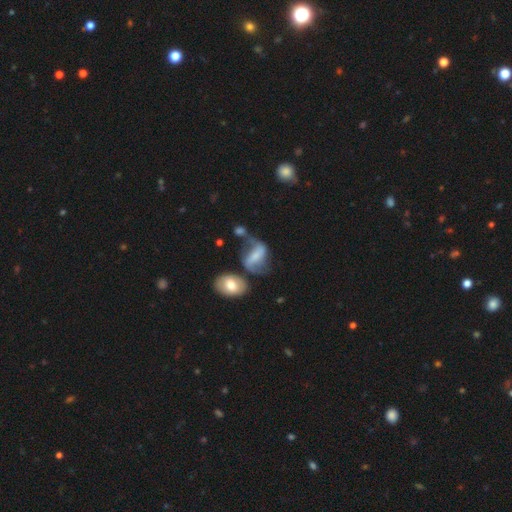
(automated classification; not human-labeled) Smooth or featured? featured or disk (60%)
Edge-on disk? no (94%)
Bar? strong (47%)
Spiral arms? yes (77%)
Bulge size? small (34%)
Merging? none (37%)